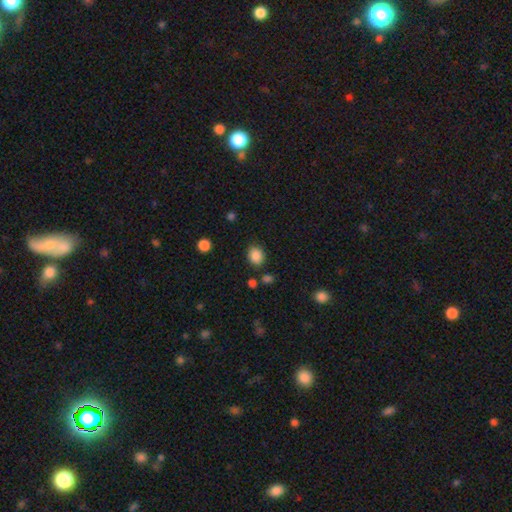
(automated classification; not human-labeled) smooth-or-featured: smooth: 87% | star or artifact: 10% | featured or disk: 3%
  how-rounded: round: 58% | in between: 41% | cigar-shaped: 1%
  merging: none: 80% | minor disturbance: 12% | merger: 4% | major disturbance: 4%